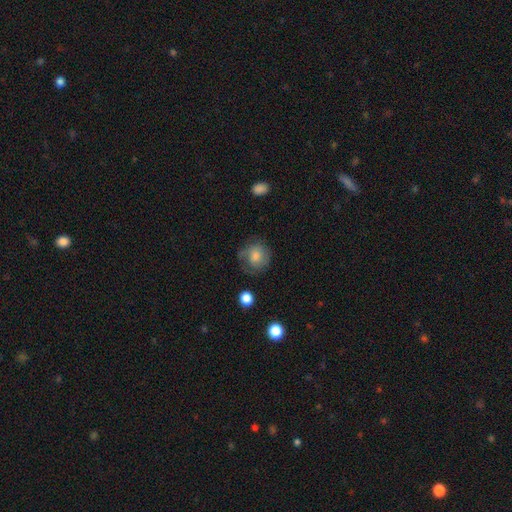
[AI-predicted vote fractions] smooth-or-featured: smooth: 69% | featured or disk: 23% | star or artifact: 8%
  how-rounded: round: 82% | in between: 17% | cigar-shaped: 1%
  merging: none: 60% | minor disturbance: 24% | major disturbance: 14% | merger: 2%